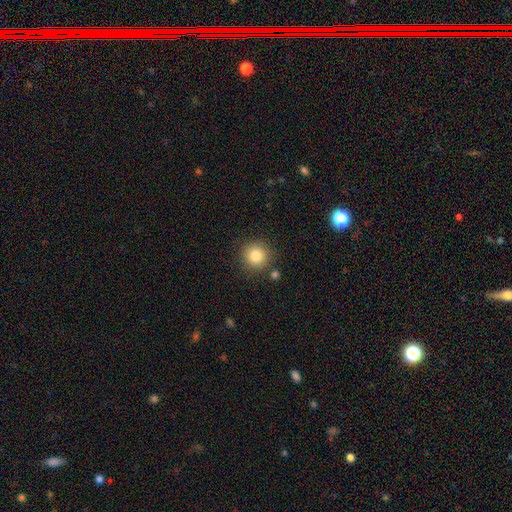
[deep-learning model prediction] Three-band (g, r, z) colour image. It shows a smooth galaxy with no disk features (82%) that is round (94%). Merging: none (85%).